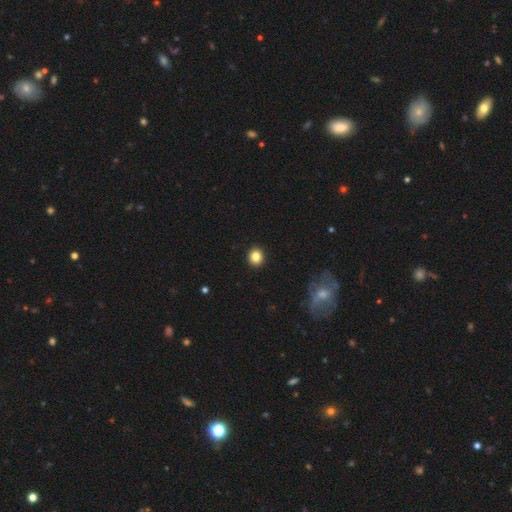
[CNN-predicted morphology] Overall: smooth (84%). How rounded: round (81%). Merging: none (93%).